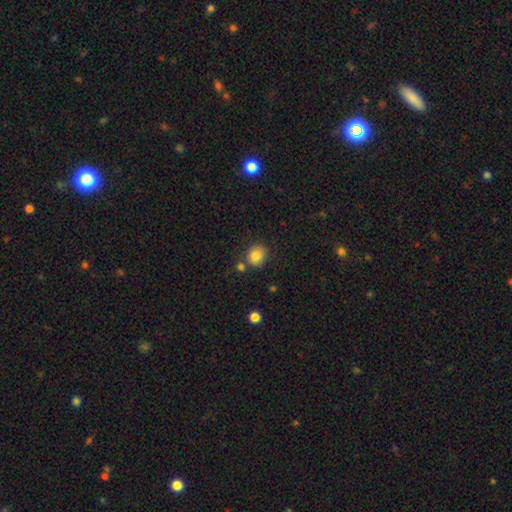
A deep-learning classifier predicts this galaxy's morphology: type=smooth (84%); roundness=round (76%); merging=none (77%).